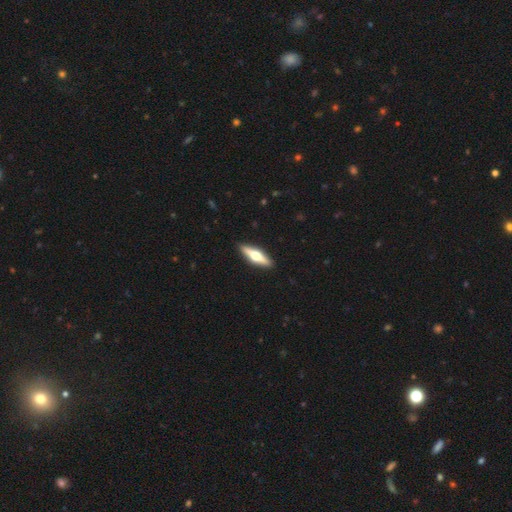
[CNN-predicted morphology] Smooth or featured? Predicted: featured or disk (p=0.62). Edge-on disk? Predicted: yes (p=0.95). Edge-on bulge? Predicted: rounded (p=0.96). Merging? Predicted: none (p=0.91).